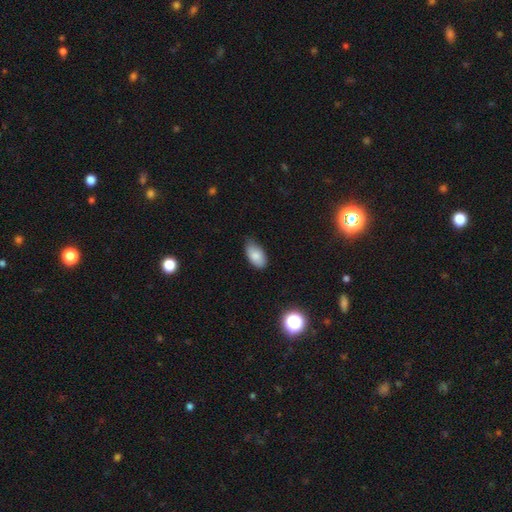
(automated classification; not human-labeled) Morphology: type=smooth (83%); roundness=in between (93%); merging=none (68%).